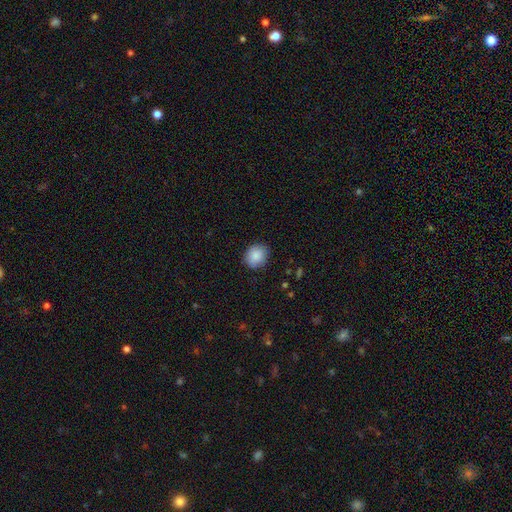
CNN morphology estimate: This appears to be a smooth galaxy with no disk features (88%) that is round (64%). Merging: none (85%).